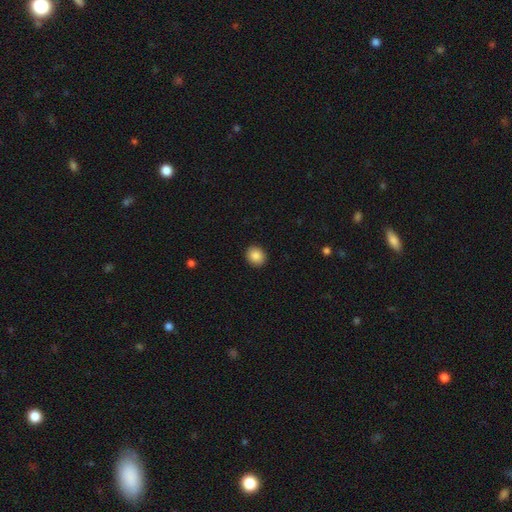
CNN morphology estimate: The model was most divided on "how rounded": round: 69%, in between: 30%, cigar-shaped: 1%. More confident: merging — none (92%); smooth or featured — smooth (87%).